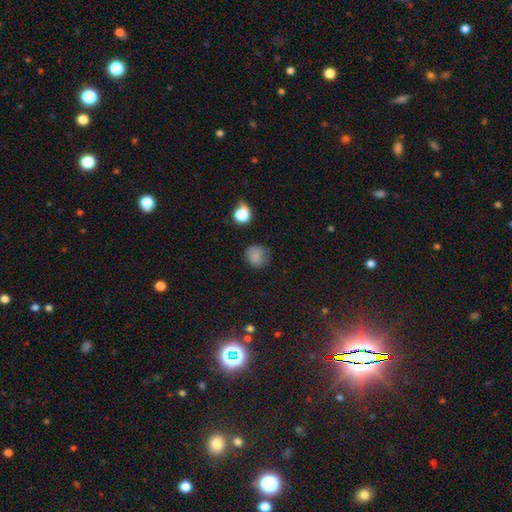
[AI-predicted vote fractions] Q: Smooth or featured?
A: smooth (81%); runner-up: star or artifact (13%)
Q: How rounded?
A: round (85%); runner-up: in between (14%)
Q: Merging?
A: none (73%); runner-up: minor disturbance (19%)